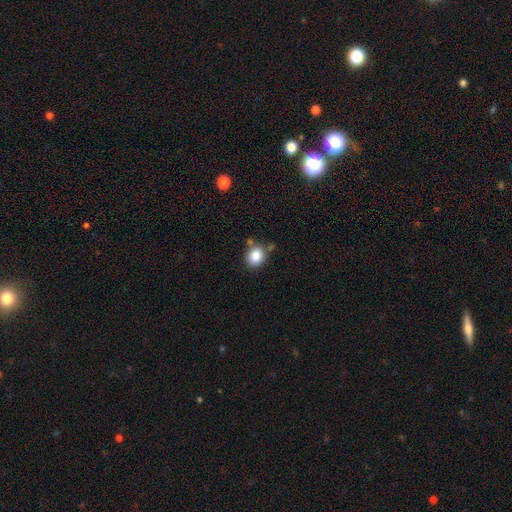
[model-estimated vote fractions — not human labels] Smooth or featured?
  - smooth: 85% *
  - star or artifact: 9%
  - featured or disk: 5%
How rounded?
  - round: 60% *
  - in between: 39%
  - cigar-shaped: 1%
Merging?
  - none: 72% *
  - minor disturbance: 15%
  - merger: 8%
  - major disturbance: 4%